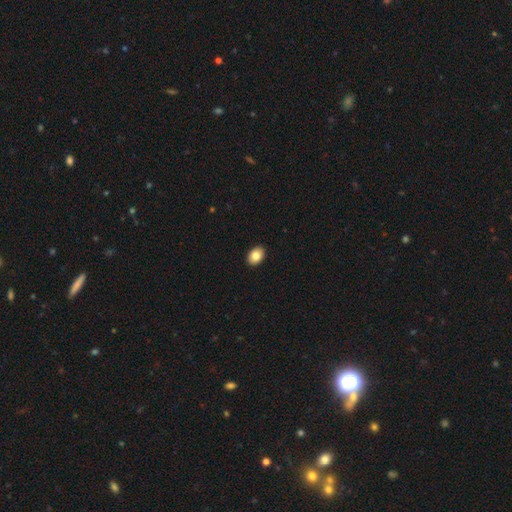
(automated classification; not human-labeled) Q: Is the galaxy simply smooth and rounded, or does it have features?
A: smooth — 84%.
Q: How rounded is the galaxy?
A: in between — 79%.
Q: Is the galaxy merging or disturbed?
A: none — 92%.